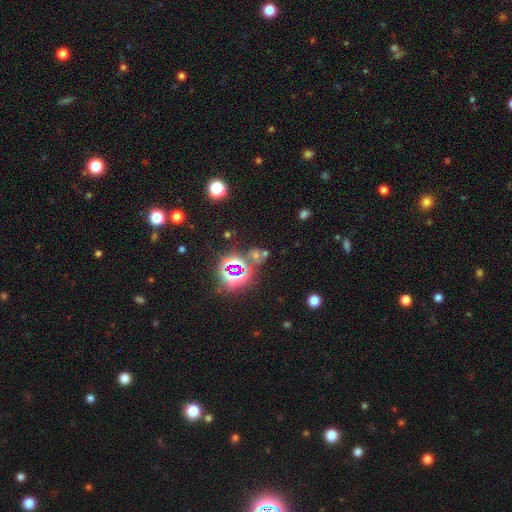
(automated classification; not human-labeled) smooth-or-featured: star or artifact: 59% | smooth: 31% | featured or disk: 10%